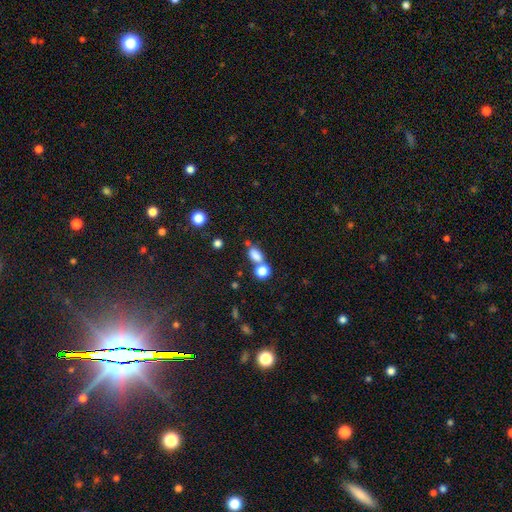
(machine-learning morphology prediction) This appears to be a smooth galaxy with no disk features (80%) that is in between round and cigar-shaped (75%). Merging: none (46%).